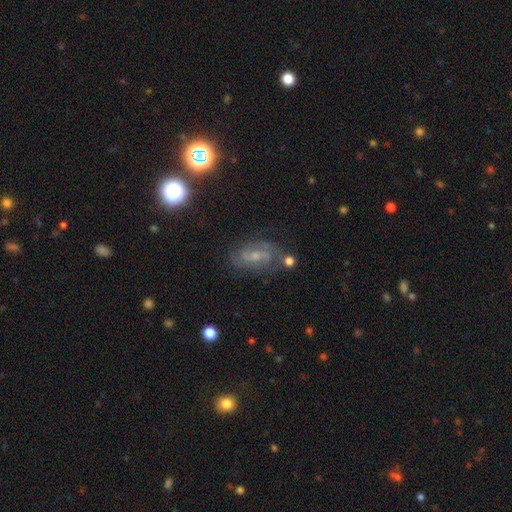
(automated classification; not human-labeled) smooth-or-featured: featured or disk: 67% | smooth: 17% | star or artifact: 16%
  disk-edge-on: no: 94% | yes: 6%
    bar: weak: 47% | no: 38% | strong: 15%
    has-spiral-arms: yes: 87% | no: 13%
      spiral-winding: medium: 43% | tight: 42% | loose: 15%
      spiral-arm-count: 2: 51% | can't tell: 30% | 3: 8% | 1: 4% | 4: 3% | more than 4: 3%
    bulge-size: small: 58% | moderate: 34% | none: 4% | large: 2% | dominant: 1%
  merging: none: 70% | minor disturbance: 17% | major disturbance: 9% | merger: 4%